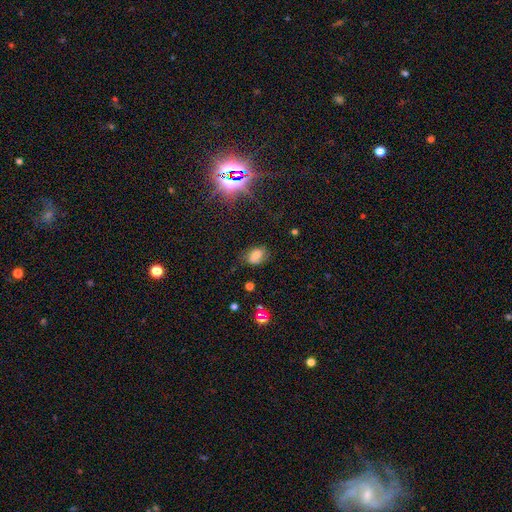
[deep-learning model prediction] smooth-or-featured: smooth: 58% | featured or disk: 25% | star or artifact: 16%
  how-rounded: in between: 79% | round: 19% | cigar-shaped: 2%
  merging: none: 67% | minor disturbance: 23% | major disturbance: 8% | merger: 2%